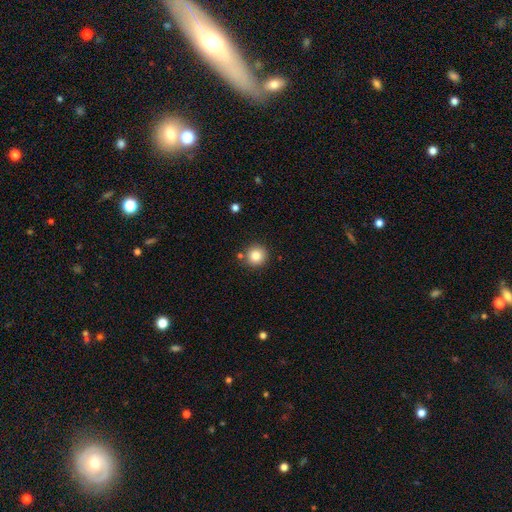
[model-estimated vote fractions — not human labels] Smooth or featured?
  - smooth: 83% *
  - star or artifact: 11%
  - featured or disk: 6%
How rounded?
  - round: 94% *
  - in between: 5%
  - cigar-shaped: 1%
Merging?
  - none: 84% *
  - minor disturbance: 8%
  - merger: 5%
  - major disturbance: 2%